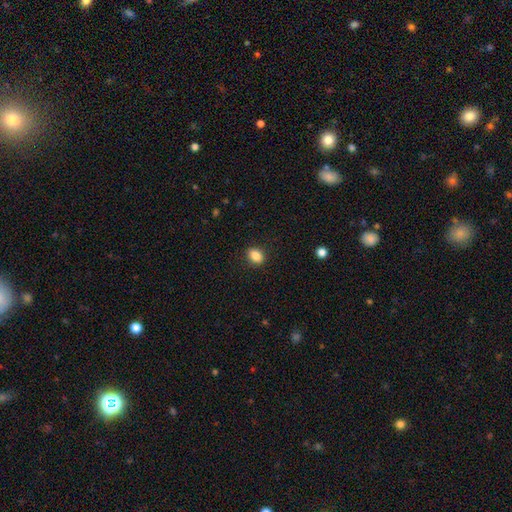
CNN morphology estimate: smooth-or-featured: smooth: 86% | star or artifact: 9% | featured or disk: 5%
  how-rounded: in between: 72% | round: 27% | cigar-shaped: 2%
  merging: none: 88% | minor disturbance: 8% | major disturbance: 2% | merger: 1%